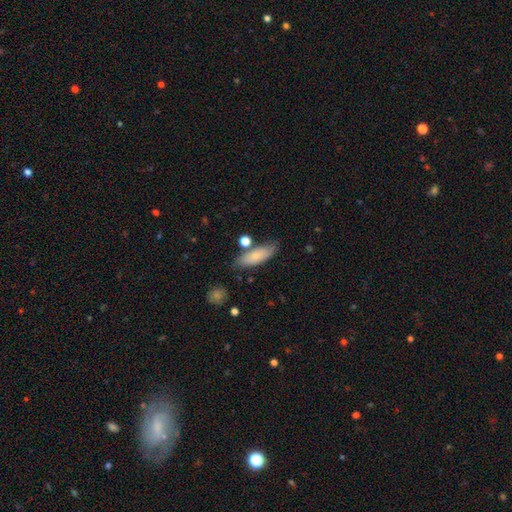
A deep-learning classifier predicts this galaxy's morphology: Smooth or featured? Predicted: smooth (p=0.75). How rounded? Predicted: in between (p=0.66). Merging? Predicted: none (p=0.69).